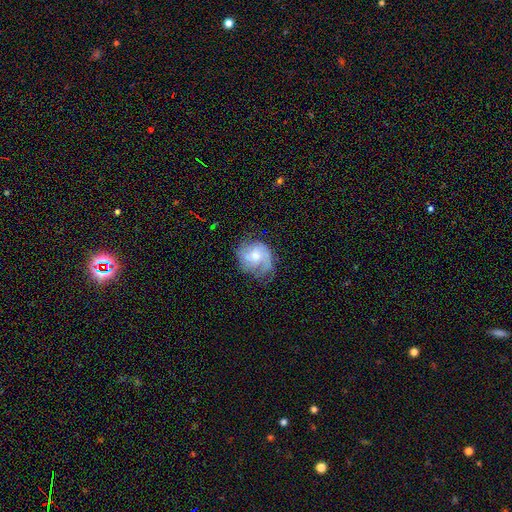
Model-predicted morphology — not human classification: type=featured or disk (70%); edge-on=no (98%); bar=no (65%); spiral arms=yes (89%); winding=medium (42%); arm count=2 (38%); bulge=small (49%); merging=none (55%).